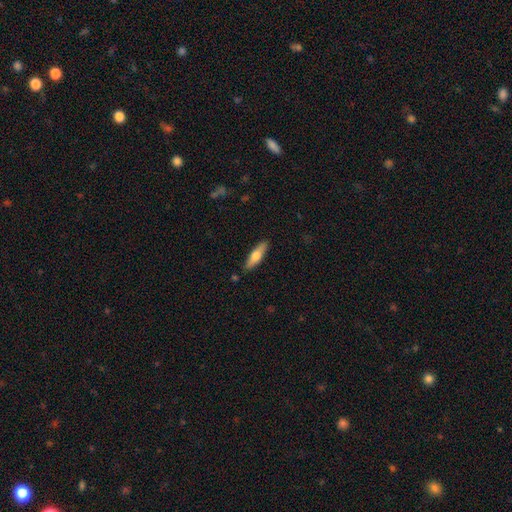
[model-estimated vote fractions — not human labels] smooth 59%, featured or disk 36%, star or artifact 6%. Down the decision tree: how rounded — cigar-shaped (65%); merging — none (86%).